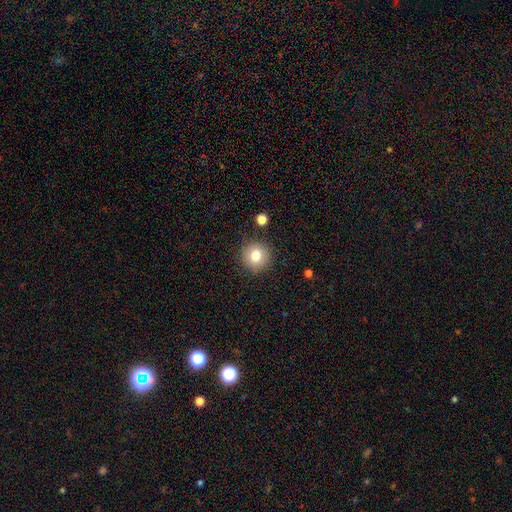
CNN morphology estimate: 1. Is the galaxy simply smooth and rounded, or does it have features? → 79% smooth, 11% star or artifact, 11% featured or disk.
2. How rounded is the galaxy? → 94% round, 5% in between, 1% cigar-shaped.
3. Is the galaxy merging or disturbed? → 87% none, 8% minor disturbance, 3% major disturbance, 2% merger.